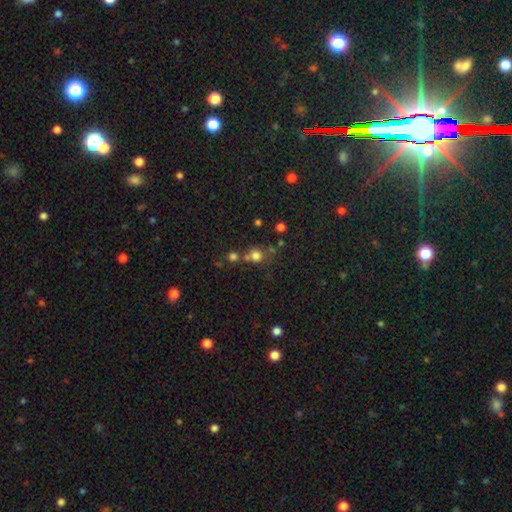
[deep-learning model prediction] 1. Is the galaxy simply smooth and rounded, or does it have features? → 73% smooth, 18% star or artifact, 9% featured or disk.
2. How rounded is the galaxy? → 83% round, 16% in between, 1% cigar-shaped.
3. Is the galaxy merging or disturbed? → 55% none, 29% merger, 11% minor disturbance, 6% major disturbance.